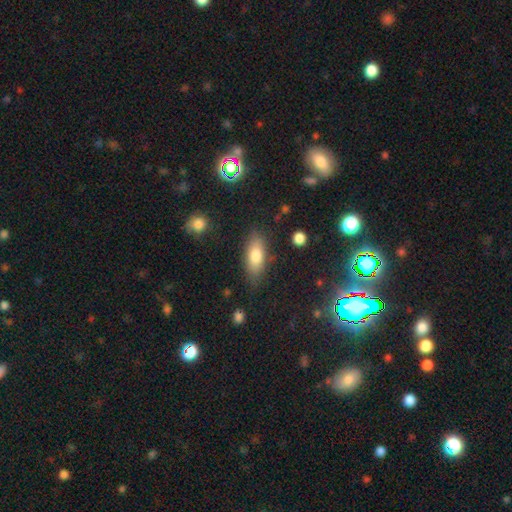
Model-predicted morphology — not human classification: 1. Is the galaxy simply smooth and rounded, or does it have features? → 77% smooth, 16% featured or disk, 7% star or artifact.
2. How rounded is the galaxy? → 77% in between, 20% cigar-shaped, 3% round.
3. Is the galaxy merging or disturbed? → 80% none, 14% minor disturbance, 4% major disturbance, 2% merger.